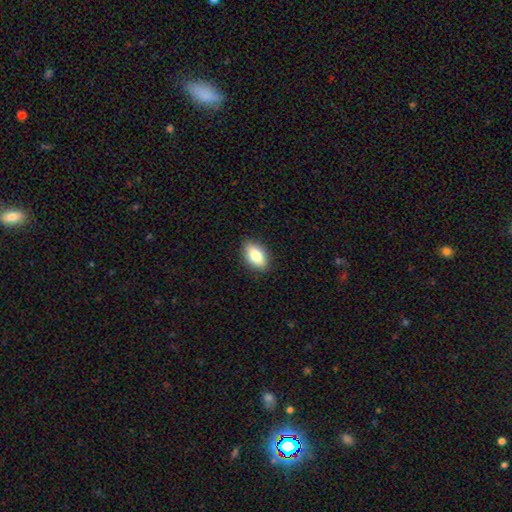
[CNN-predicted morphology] Smooth or featured? Predicted: smooth (p=0.80). How rounded? Predicted: in between (p=0.88). Merging? Predicted: none (p=0.89).